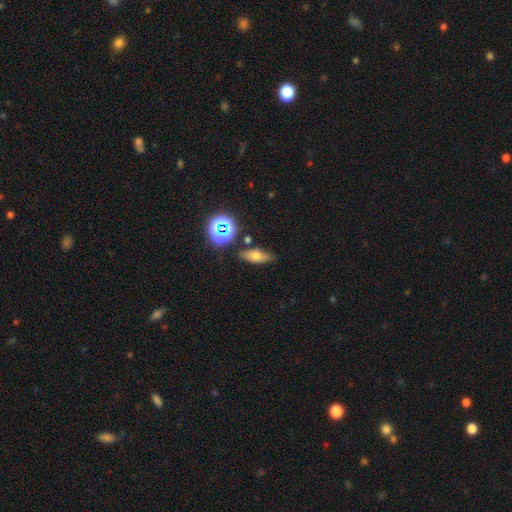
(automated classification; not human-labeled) Smooth or featured? Predicted: smooth (p=0.59). How rounded? Predicted: in between (p=0.59). Merging? Predicted: none (p=0.80).